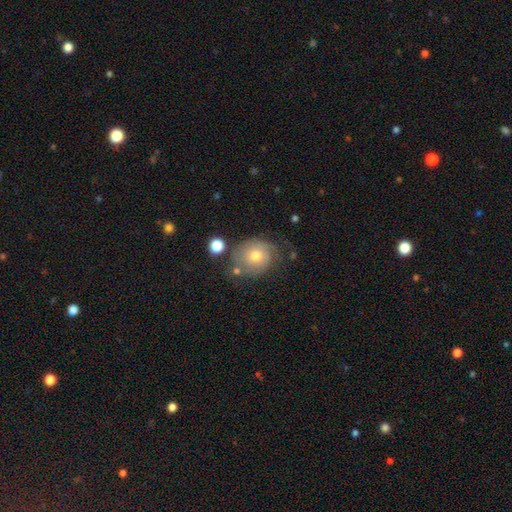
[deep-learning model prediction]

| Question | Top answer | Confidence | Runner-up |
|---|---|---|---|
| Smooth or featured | smooth | 46% | featured or disk (44%) |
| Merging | none | 57% | minor disturbance (24%) |